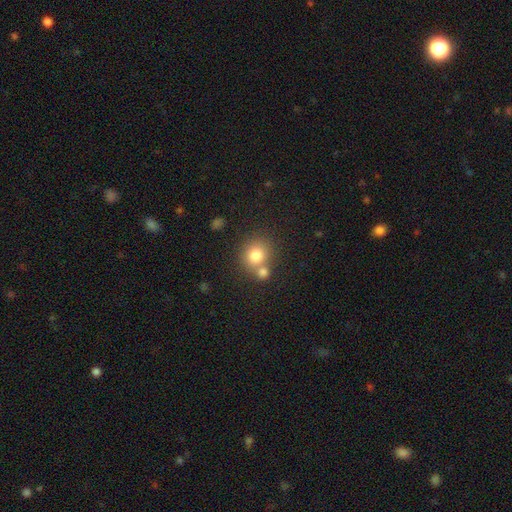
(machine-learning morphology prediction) This is likely a smooth galaxy (78%). How rounded: clearly round (83%). Merging: possibly none (54%).